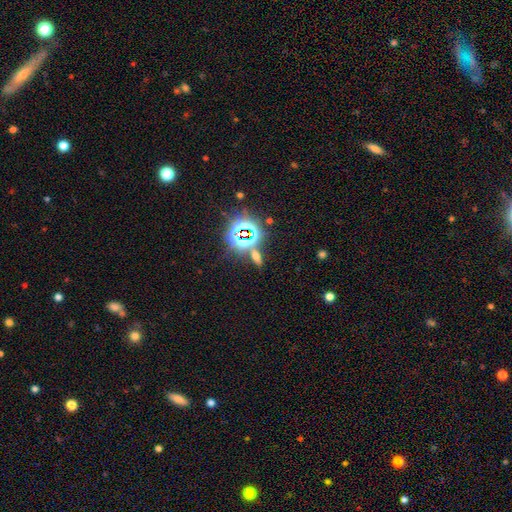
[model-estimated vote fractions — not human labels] Morphology: type=star or artifact (49%).